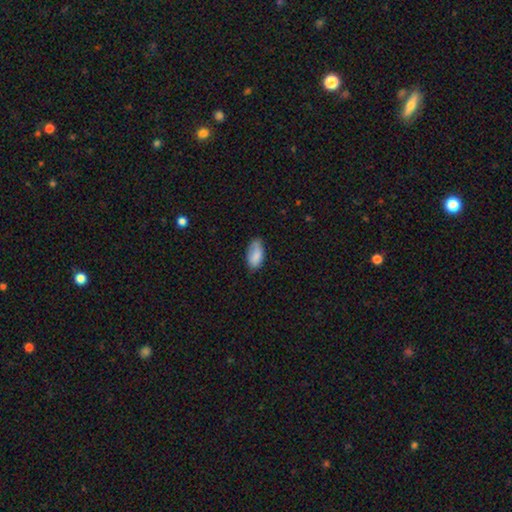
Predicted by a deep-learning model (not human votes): Smooth or featured? smooth (84%)
How rounded? in between (93%)
Merging? none (64%)